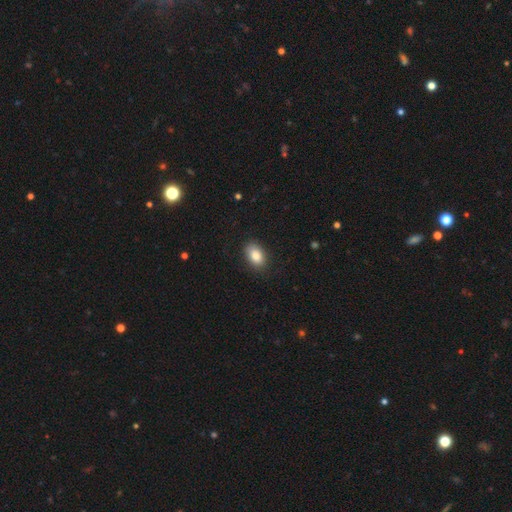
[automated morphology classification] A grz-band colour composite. It shows a smooth galaxy with no disk features (85%) that is in between round and cigar-shaped (87%). Merging: none (86%).